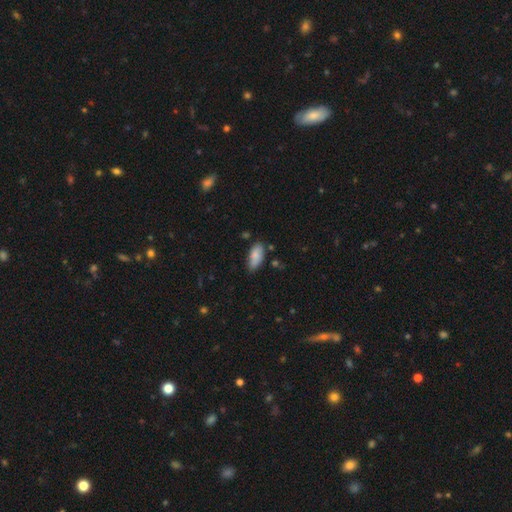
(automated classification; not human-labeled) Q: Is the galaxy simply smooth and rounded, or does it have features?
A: smooth — 83%.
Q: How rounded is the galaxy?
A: in between — 87%.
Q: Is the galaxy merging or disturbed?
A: none — 65%.